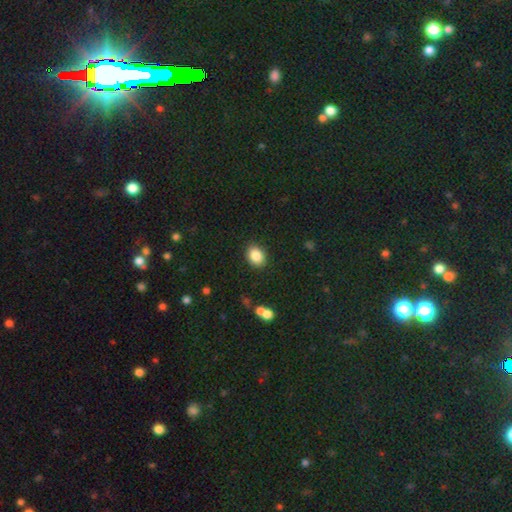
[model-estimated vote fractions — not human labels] The model was most divided on "how rounded": in between: 65%, round: 34%, cigar-shaped: 1%. More confident: merging — none (89%); smooth or featured — smooth (87%).